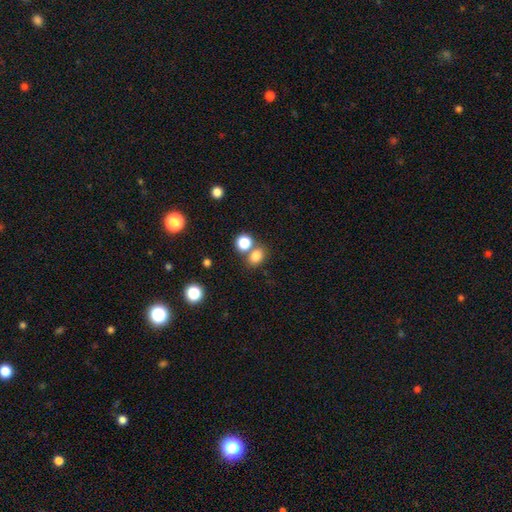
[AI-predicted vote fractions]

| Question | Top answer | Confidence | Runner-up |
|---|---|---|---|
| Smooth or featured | smooth | 81% | star or artifact (13%) |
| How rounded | in between | 51% | round (48%) |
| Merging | none | 56% | merger (30%) |